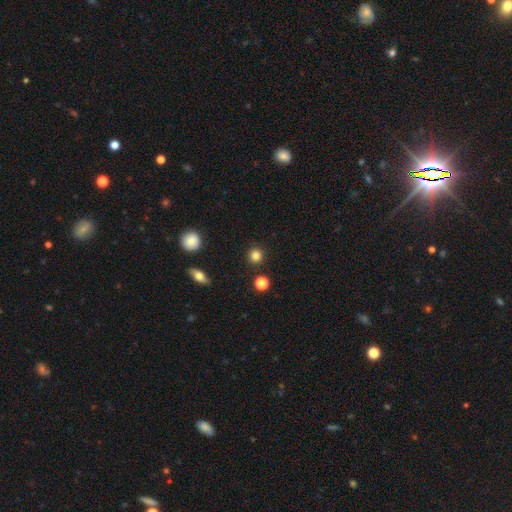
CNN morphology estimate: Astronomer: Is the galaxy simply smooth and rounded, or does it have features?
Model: smooth — 84%.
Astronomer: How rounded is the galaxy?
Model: round — 93%.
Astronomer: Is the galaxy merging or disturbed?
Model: none — 90%.